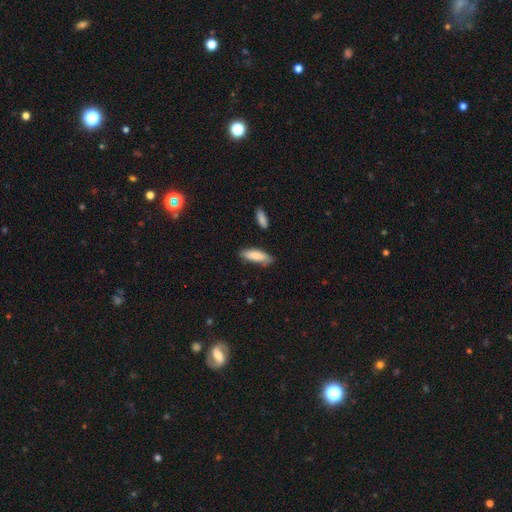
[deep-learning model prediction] smooth_or_featured: smooth (p=0.83) [alt: featured or disk p=0.11]
how_rounded: in between (p=0.59) [alt: cigar-shaped p=0.40]
merging: none (p=0.75) [alt: minor disturbance p=0.18]